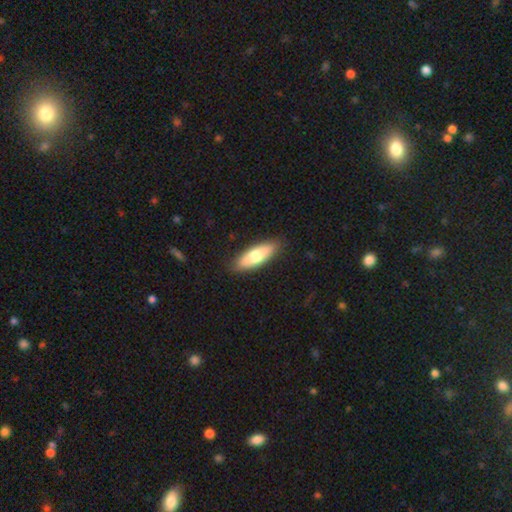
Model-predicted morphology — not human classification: Smooth or featured: smooth — 71% (featured or disk — 24%)
How rounded: in between — 63% (cigar-shaped — 35%)
Merging: none — 87% (minor disturbance — 10%)